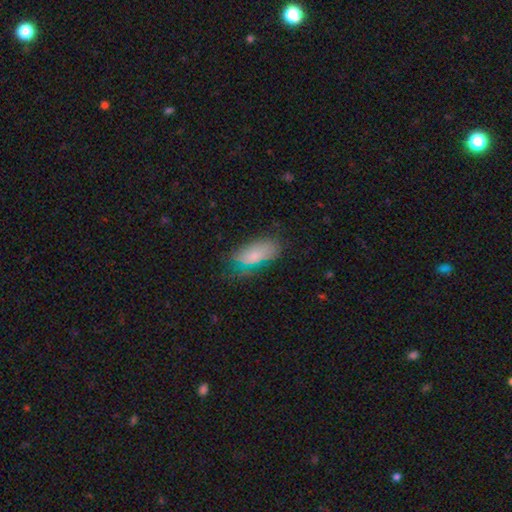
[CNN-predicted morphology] A smooth galaxy with no disk features (77%) that is in between round and cigar-shaped (88%). Merging: none (56%).